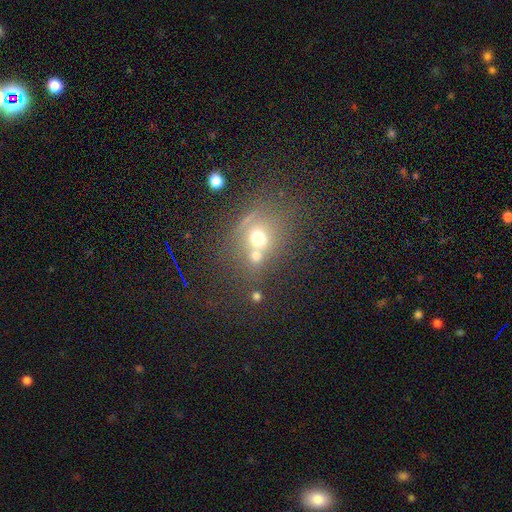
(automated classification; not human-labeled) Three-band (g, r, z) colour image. It shows a smooth galaxy with no disk features (62%) that is round (72%). Merging: merger (47%).